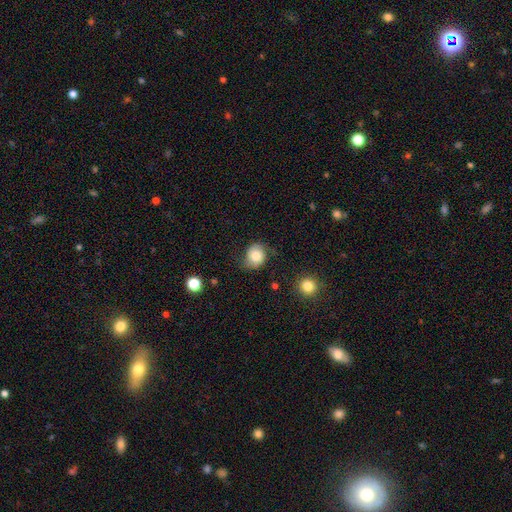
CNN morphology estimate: smooth_or_featured: smooth (p=0.68) [alt: featured or disk p=0.23]
how_rounded: round (p=0.67) [alt: in between p=0.32]
merging: none (p=0.59) [alt: minor disturbance p=0.28]